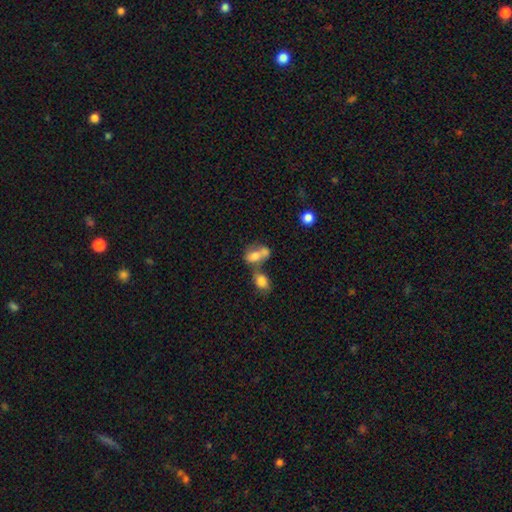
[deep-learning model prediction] smooth-or-featured: smooth: 69% | featured or disk: 20% | star or artifact: 11%
  how-rounded: in between: 78% | round: 19% | cigar-shaped: 3%
  merging: merger: 56% | none: 25% | minor disturbance: 12% | major disturbance: 8%